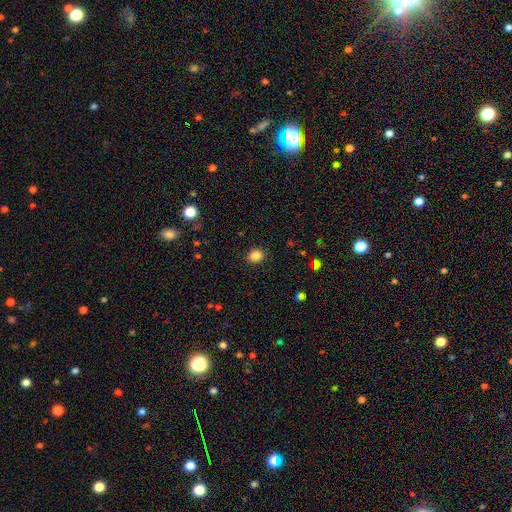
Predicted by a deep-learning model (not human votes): Q: Smooth or featured?
A: smooth (86%); runner-up: star or artifact (11%)
Q: How rounded?
A: round (60%); runner-up: in between (39%)
Q: Merging?
A: none (89%); runner-up: minor disturbance (7%)